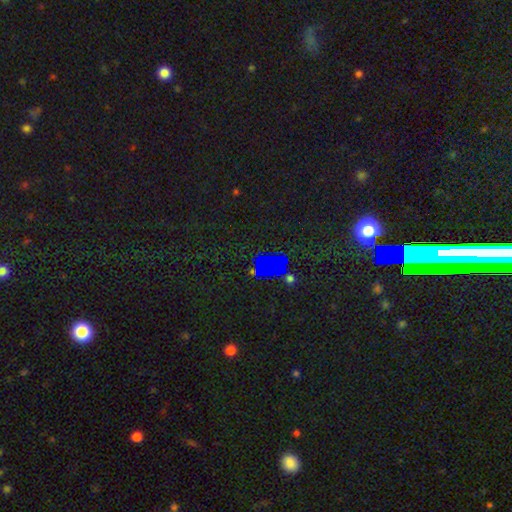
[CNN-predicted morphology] star or artifact 80%, smooth 10%, featured or disk 10%.